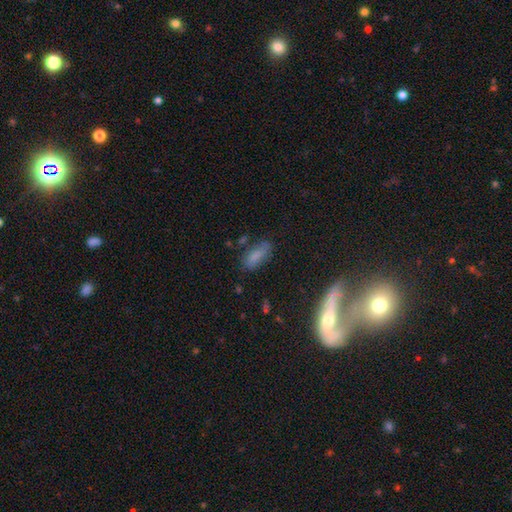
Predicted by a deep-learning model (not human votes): Smooth or featured? smooth (75%)
How rounded? in between (76%)
Merging? none (68%)